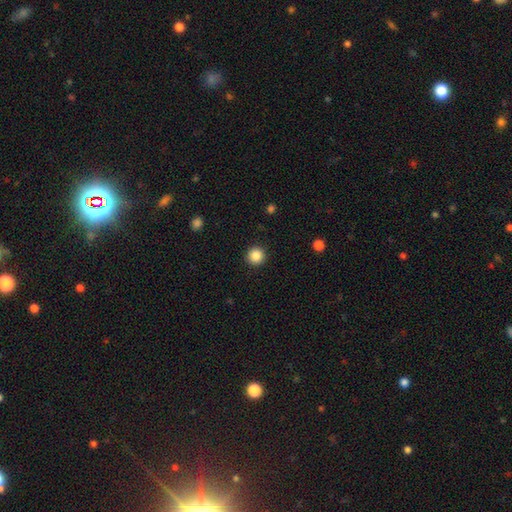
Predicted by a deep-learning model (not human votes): Morphology: type=smooth (86%); roundness=round (96%); merging=none (93%).